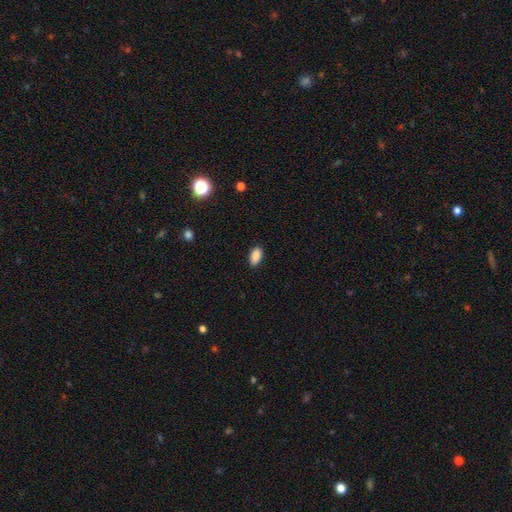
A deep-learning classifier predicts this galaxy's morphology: Smooth or featured?
  - smooth: 89% *
  - star or artifact: 8%
  - featured or disk: 3%
How rounded?
  - in between: 92% *
  - cigar-shaped: 4%
  - round: 4%
Merging?
  - none: 87% *
  - minor disturbance: 10%
  - major disturbance: 2%
  - merger: 1%